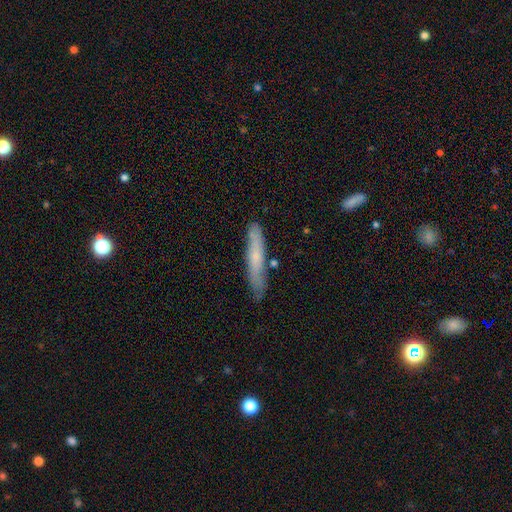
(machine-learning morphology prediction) Smooth or featured: smooth — 59% (featured or disk — 35%)
How rounded: cigar-shaped — 93% (in between — 6%)
Merging: none — 79% (minor disturbance — 16%)